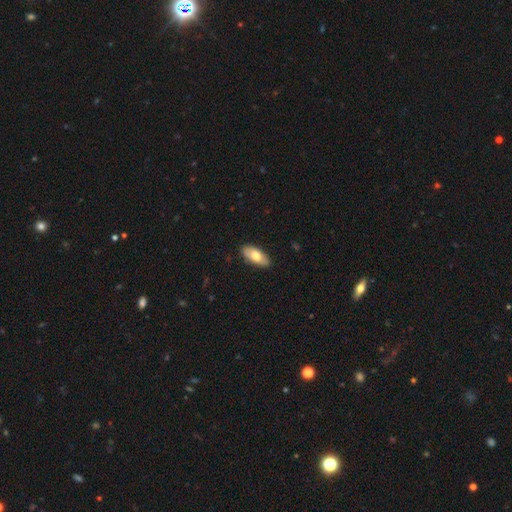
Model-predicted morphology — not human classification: A smooth galaxy with no disk features (71%) that is in between round and cigar-shaped (86%).

Vote fractions:
- Smooth or featured? smooth: 71% / featured or disk: 24% / star or artifact: 6%
- How rounded? in between: 86% / cigar-shaped: 11% / round: 2%
- Merging? none: 88% / minor disturbance: 9% / major disturbance: 2% / merger: 1%